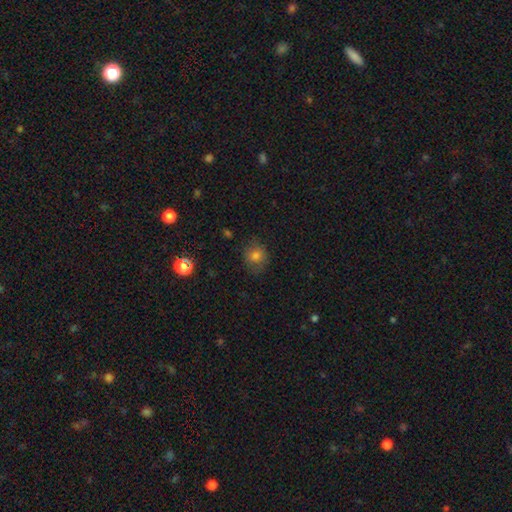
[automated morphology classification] This appears to be a smooth galaxy with no disk features (77%) that is round (74%). Merging: none (76%).